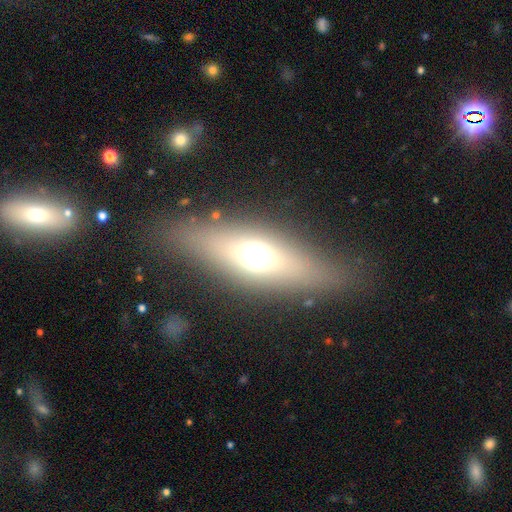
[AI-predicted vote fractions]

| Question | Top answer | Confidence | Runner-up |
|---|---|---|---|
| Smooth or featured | smooth | 47% | featured or disk (40%) |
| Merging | none | 84% | minor disturbance (9%) |